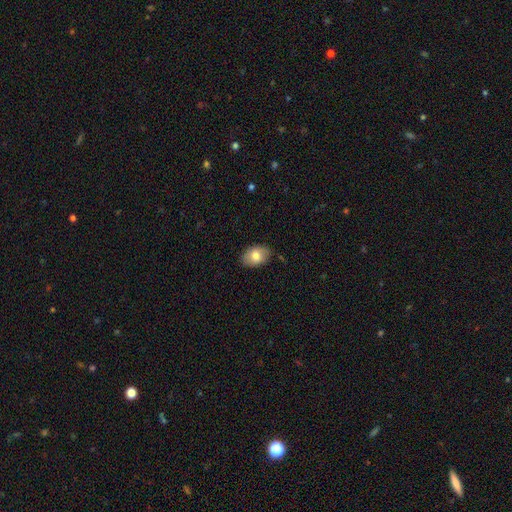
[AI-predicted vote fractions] Smooth or featured? Predicted: smooth (p=0.77). How rounded? Predicted: in between (p=0.85). Merging? Predicted: none (p=0.81).